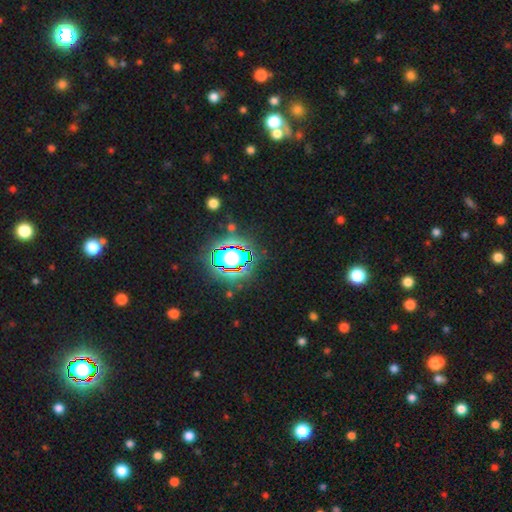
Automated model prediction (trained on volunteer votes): Morphology: type=star or artifact (79%).